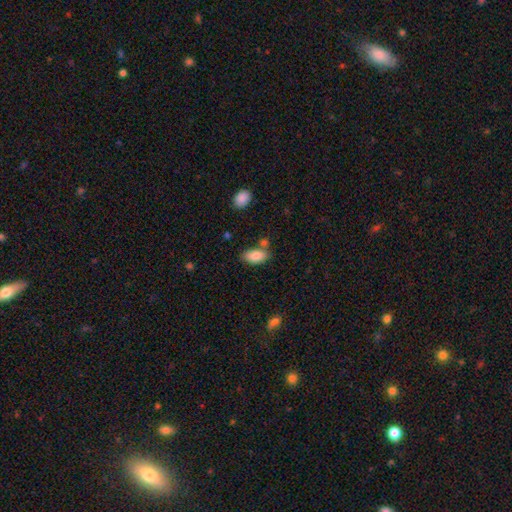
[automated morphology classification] Q: Smooth or featured?
A: smooth (86%); runner-up: featured or disk (7%)
Q: How rounded?
A: in between (92%); runner-up: cigar-shaped (5%)
Q: Merging?
A: none (69%); runner-up: minor disturbance (16%)